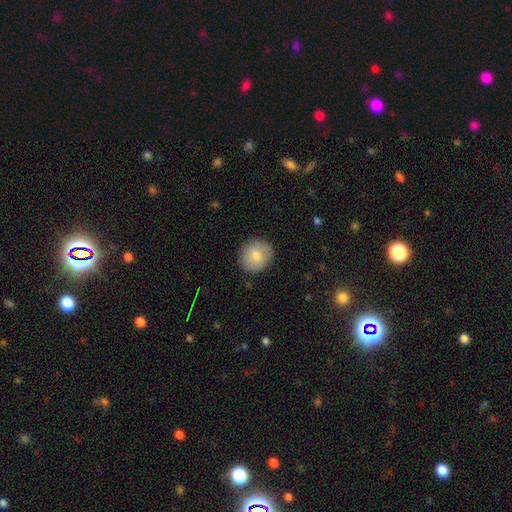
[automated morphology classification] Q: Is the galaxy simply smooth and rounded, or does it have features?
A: smooth — 77%.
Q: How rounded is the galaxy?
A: round — 88%.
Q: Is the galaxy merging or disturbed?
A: none — 86%.